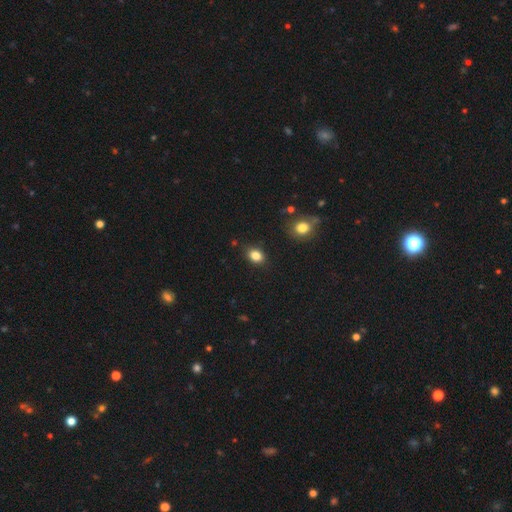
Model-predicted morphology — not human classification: Smooth or featured: smooth — 84% (star or artifact — 11%)
How rounded: in between — 63% (round — 35%)
Merging: none — 86% (minor disturbance — 10%)